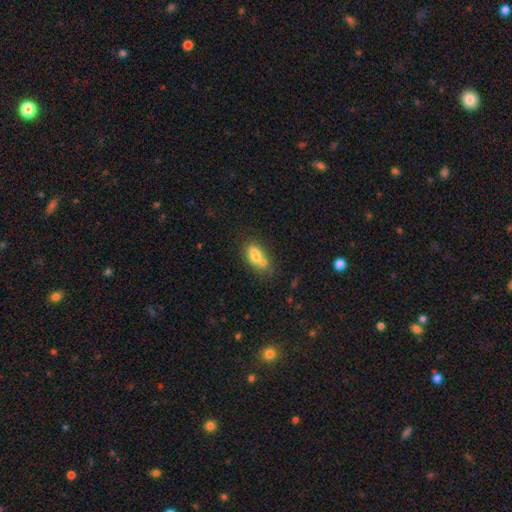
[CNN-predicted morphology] Overall: smooth (71%). How rounded: in between (78%). Merging: merger (48%; none 33%).